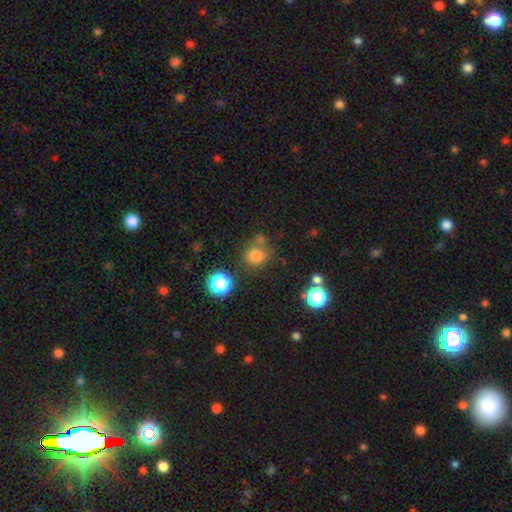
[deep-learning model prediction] smooth-or-featured: smooth: 77% | star or artifact: 17% | featured or disk: 6%
  how-rounded: round: 78% | in between: 21% | cigar-shaped: 1%
  merging: none: 67% | minor disturbance: 13% | merger: 13% | major disturbance: 6%